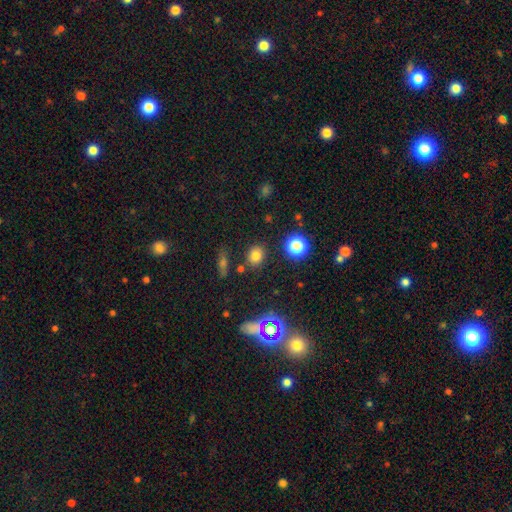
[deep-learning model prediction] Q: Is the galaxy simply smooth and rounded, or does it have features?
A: smooth — 74%.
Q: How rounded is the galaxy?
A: round — 65%.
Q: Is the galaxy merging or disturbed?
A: none — 83%.